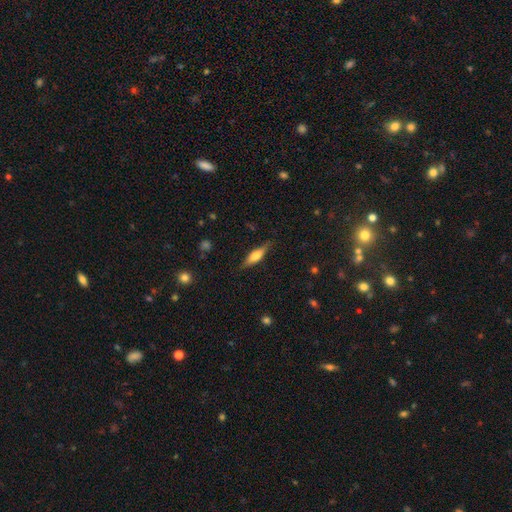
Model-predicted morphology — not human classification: smooth 53%, featured or disk 40%, star or artifact 7%. Down the decision tree: how rounded — cigar-shaped (60%); merging — none (83%).